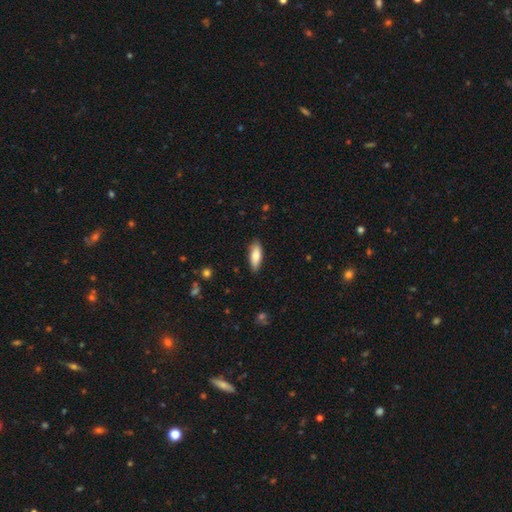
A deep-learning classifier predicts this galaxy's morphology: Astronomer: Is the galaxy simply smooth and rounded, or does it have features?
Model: smooth — 79%.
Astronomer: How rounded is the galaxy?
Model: in between — 66%.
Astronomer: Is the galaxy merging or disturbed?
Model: none — 87%.